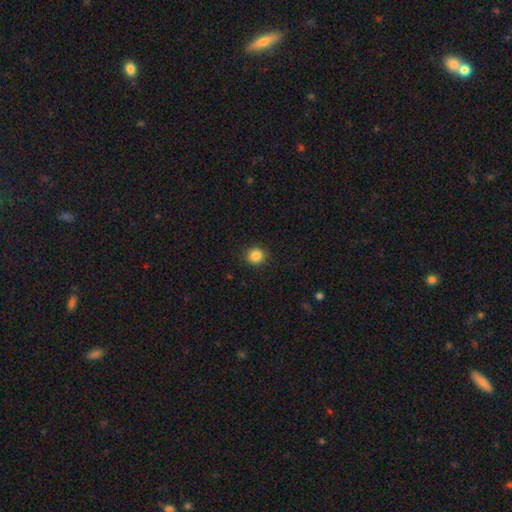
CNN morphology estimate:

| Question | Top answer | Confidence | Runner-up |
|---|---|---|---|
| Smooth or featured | smooth | 86% | star or artifact (10%) |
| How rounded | round | 89% | in between (10%) |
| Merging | none | 90% | minor disturbance (7%) |